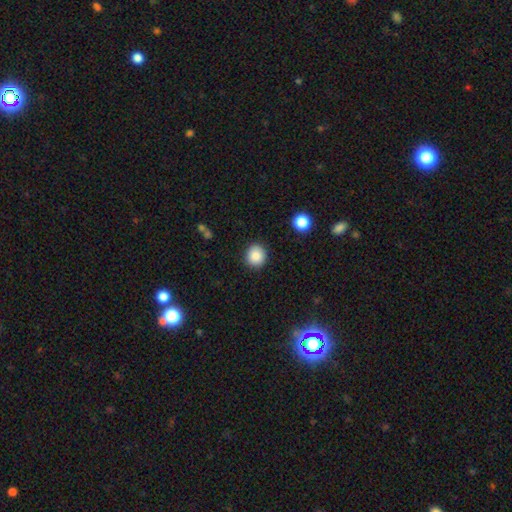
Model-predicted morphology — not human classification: smooth-or-featured: smooth: 87% | star or artifact: 9% | featured or disk: 4%
  how-rounded: round: 86% | in between: 13% | cigar-shaped: 1%
  merging: none: 90% | minor disturbance: 7% | major disturbance: 2% | merger: 1%